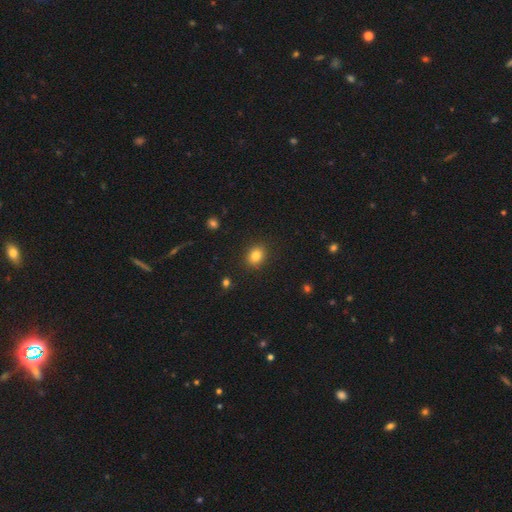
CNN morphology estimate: type=smooth (82%); roundness=round (52%); merging=none (89%).